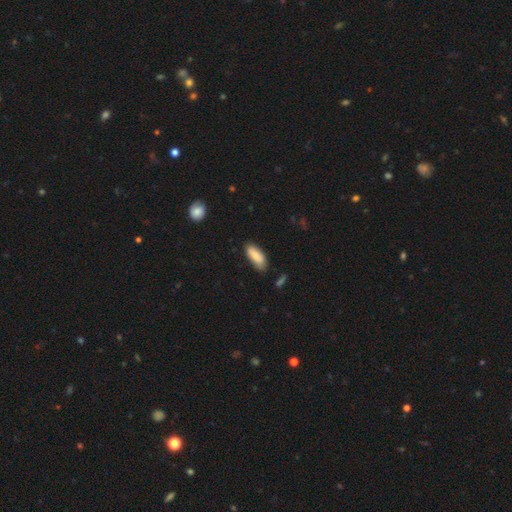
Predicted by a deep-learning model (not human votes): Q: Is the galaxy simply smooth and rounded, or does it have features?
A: smooth — 83%.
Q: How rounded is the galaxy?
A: in between — 80%.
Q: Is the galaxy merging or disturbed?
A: none — 70%.